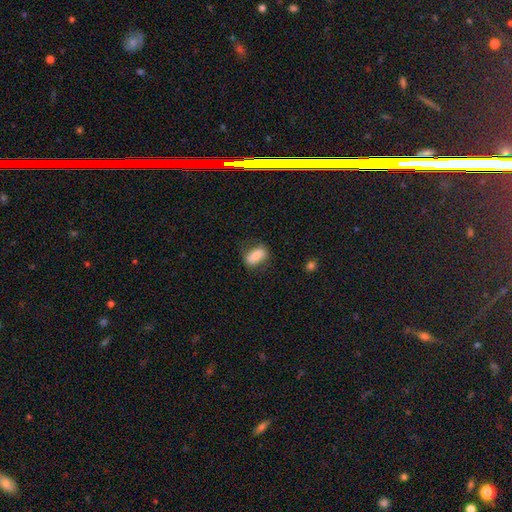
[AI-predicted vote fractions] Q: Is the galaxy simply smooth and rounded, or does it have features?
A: smooth — 76%.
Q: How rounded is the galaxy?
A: in between — 87%.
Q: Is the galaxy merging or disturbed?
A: none — 70%.